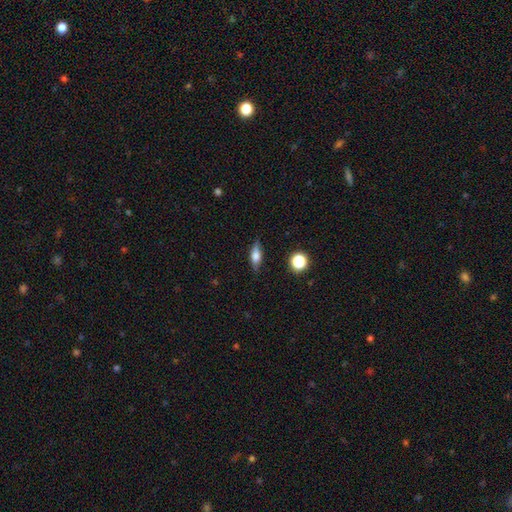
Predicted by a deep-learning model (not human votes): A smooth galaxy with no disk features (54%) that is in between round and cigar-shaped (55%).

Vote fractions:
- Smooth or featured? smooth: 54% / featured or disk: 37% / star or artifact: 10%
- How rounded? in between: 55% / cigar-shaped: 38% / round: 7%
- Merging? none: 83% / minor disturbance: 12% / major disturbance: 3% / merger: 2%